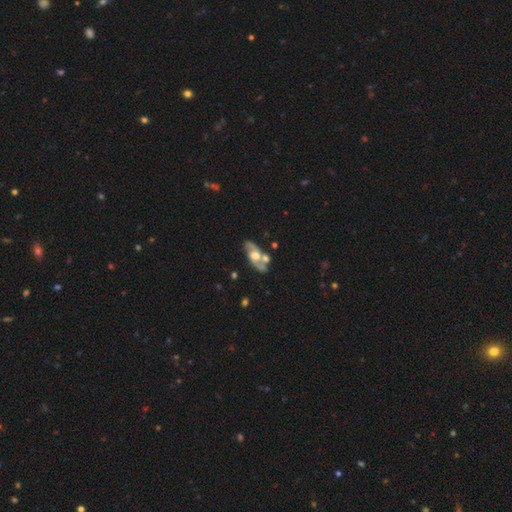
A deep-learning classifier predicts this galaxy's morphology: Overall: featured or disk (70%). Edge-on disk: no (82%). Bar: no (72%). Spiral arms: yes (69%; no 31%). Bulge size: moderate (63%; large 28%). Merging: none (64%).